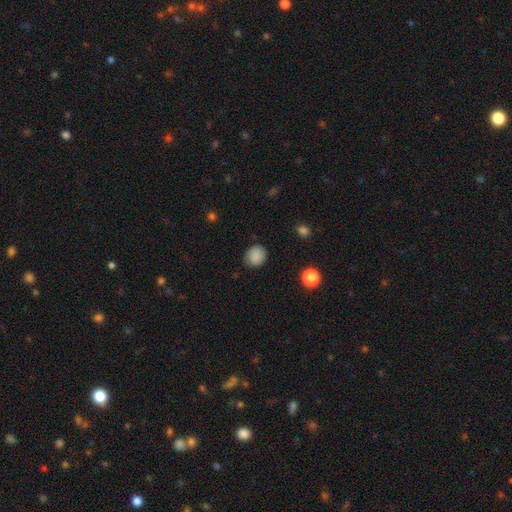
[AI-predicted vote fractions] This appears to be a smooth galaxy with no disk features (87%) that is round (70%). Merging: none (83%).